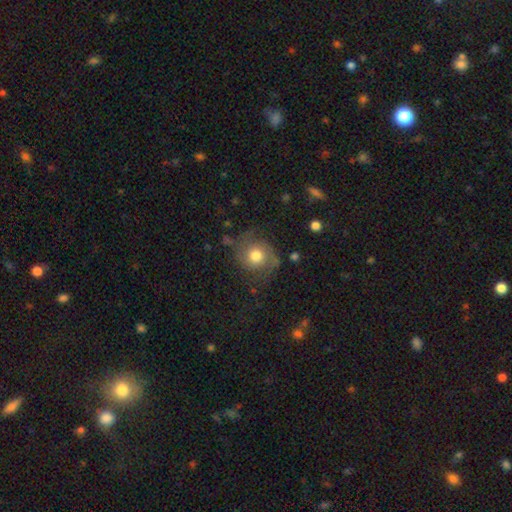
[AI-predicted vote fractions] Smooth or featured? Predicted: smooth (p=0.51). How rounded? Predicted: round (p=0.85). Merging? Predicted: none (p=0.67).